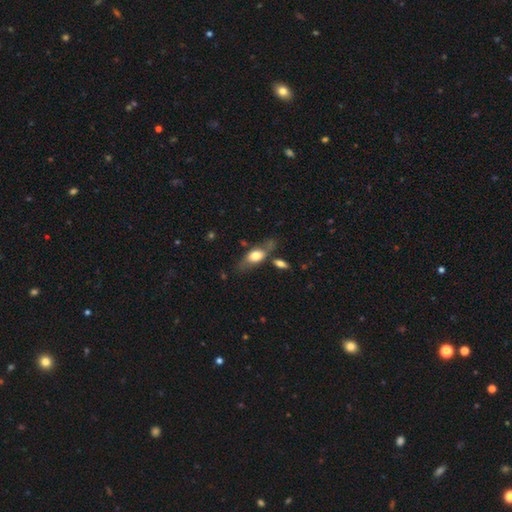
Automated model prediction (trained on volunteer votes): This appears to be a smooth galaxy with no disk features (62%) that is in between round and cigar-shaped (77%). Merging: none (57%).